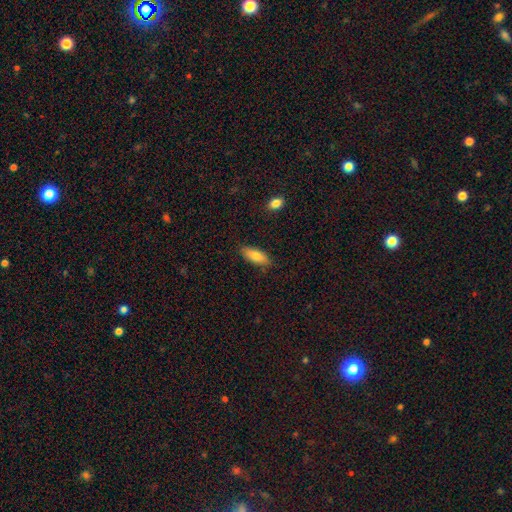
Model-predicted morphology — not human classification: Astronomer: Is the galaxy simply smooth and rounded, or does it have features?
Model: smooth — 80%.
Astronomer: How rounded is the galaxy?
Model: in between — 70%.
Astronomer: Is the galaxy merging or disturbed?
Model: none — 85%.